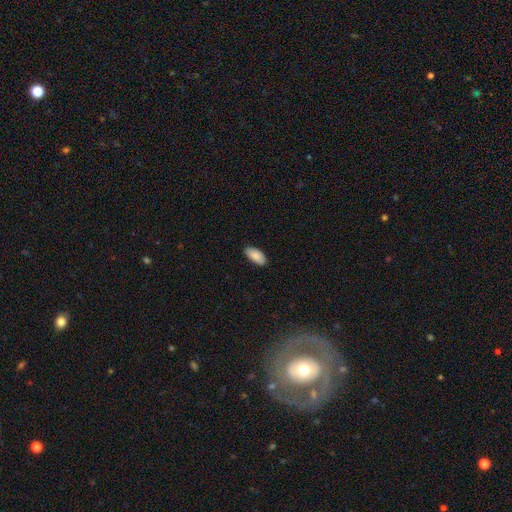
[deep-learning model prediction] A smooth galaxy with no disk features (89%) that is in between round and cigar-shaped (93%).

Vote fractions:
- Smooth or featured? smooth: 89% / star or artifact: 6% / featured or disk: 5%
- How rounded? in between: 93% / cigar-shaped: 5% / round: 2%
- Merging? none: 86% / minor disturbance: 11% / major disturbance: 2% / merger: 1%